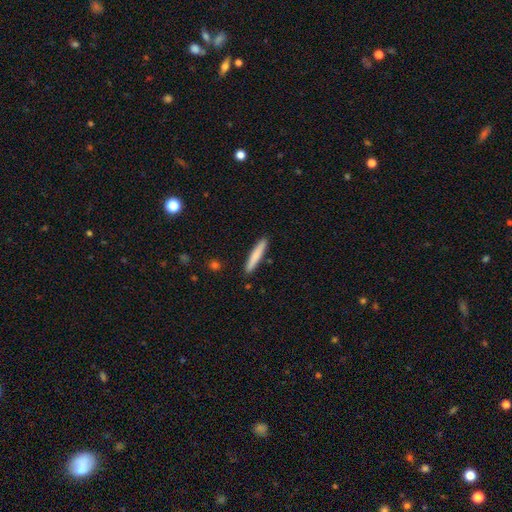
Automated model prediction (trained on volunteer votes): A smooth galaxy with no disk features (78%) that is cigar-shaped (93%). Merging: none (89%).